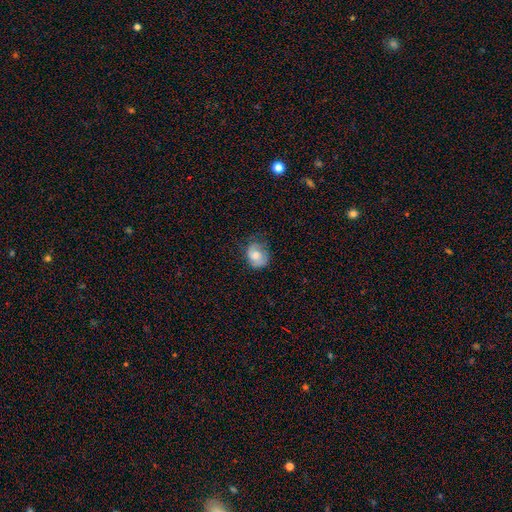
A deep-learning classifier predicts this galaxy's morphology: Q: Smooth or featured?
A: smooth (65%); runner-up: featured or disk (27%)
Q: How rounded?
A: round (56%); runner-up: in between (43%)
Q: Merging?
A: none (57%); runner-up: minor disturbance (29%)